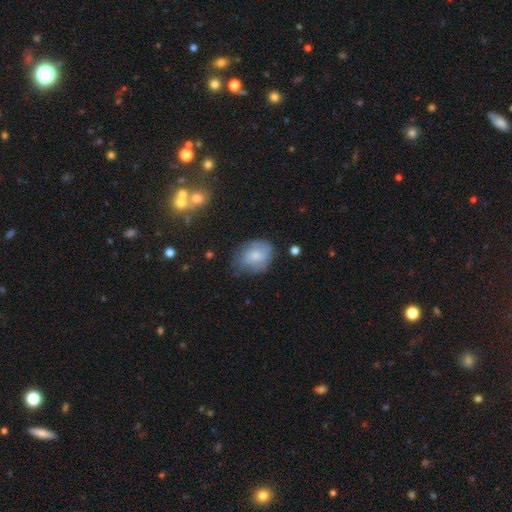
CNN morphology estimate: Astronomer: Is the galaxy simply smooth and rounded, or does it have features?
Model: smooth — 67%.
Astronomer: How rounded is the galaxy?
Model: in between — 59% (runner-up: round, 40%).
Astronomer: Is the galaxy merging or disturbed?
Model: none — 58%.